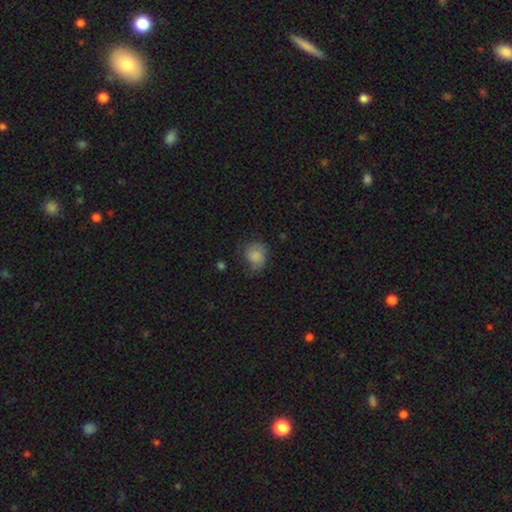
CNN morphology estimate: Q: Smooth or featured?
A: smooth (73%); runner-up: featured or disk (17%)
Q: How rounded?
A: round (68%); runner-up: in between (31%)
Q: Merging?
A: none (54%); runner-up: minor disturbance (29%)